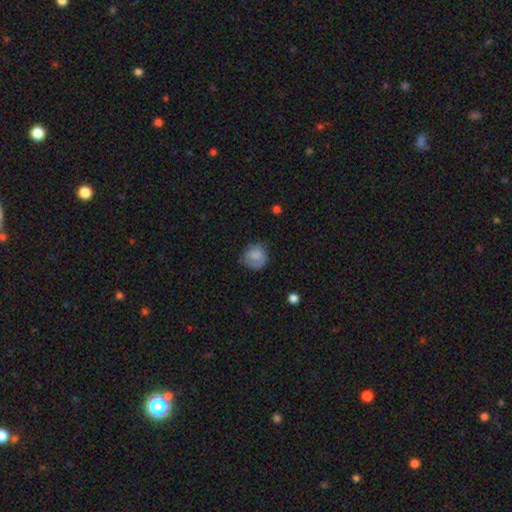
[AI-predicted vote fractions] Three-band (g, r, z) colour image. It shows a smooth galaxy with no disk features (77%) that is round (83%). Merging: none (65%).